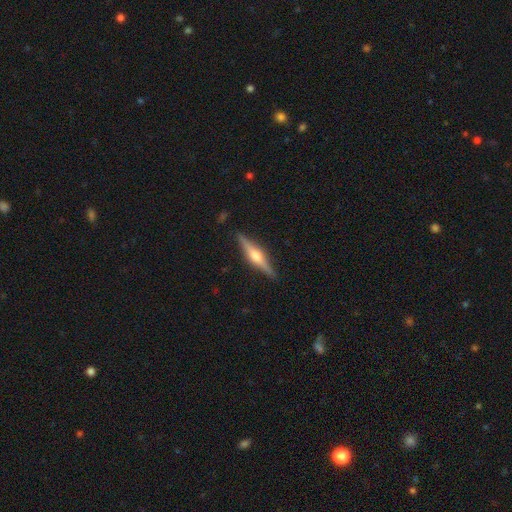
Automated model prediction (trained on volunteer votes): This appears to be a featured or disk galaxy (75%) viewed edge-on (98%) with a rounded central bulge (92%). Merging: none (90%).